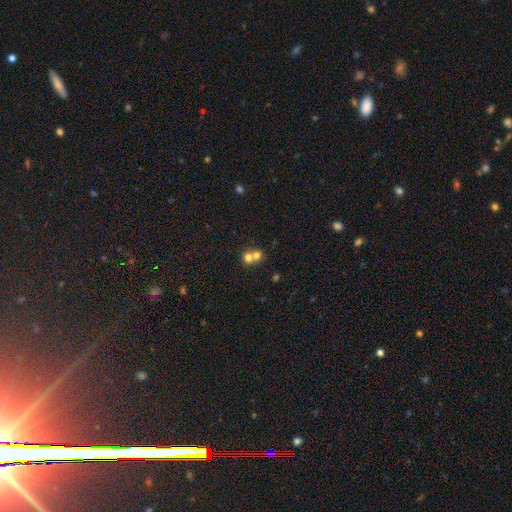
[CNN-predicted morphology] Smooth or featured?
  - smooth: 72% *
  - featured or disk: 15%
  - star or artifact: 13%
How rounded?
  - round: 81% *
  - in between: 18%
  - cigar-shaped: 1%
Merging?
  - merger: 64% *
  - none: 29%
  - minor disturbance: 4%
  - major disturbance: 2%